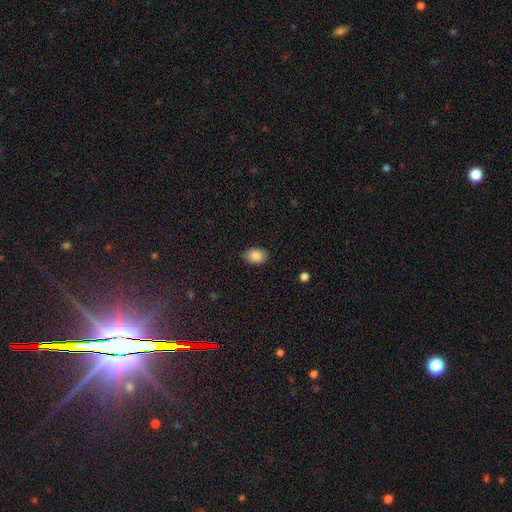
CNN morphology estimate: The model was most divided on "how rounded": in between: 83%, round: 16%, cigar-shaped: 1%. More confident: smooth or featured — smooth (86%); merging — none (85%).